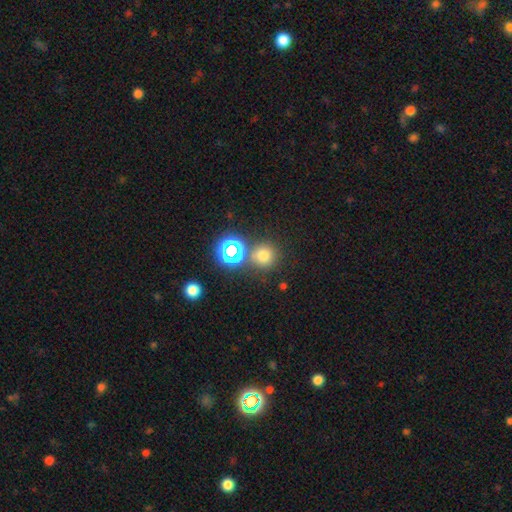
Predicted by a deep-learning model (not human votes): smooth-or-featured: smooth: 66% | star or artifact: 27% | featured or disk: 7%
  how-rounded: round: 92% | in between: 7% | cigar-shaped: 1%
  merging: none: 75% | merger: 14% | minor disturbance: 8% | major disturbance: 3%